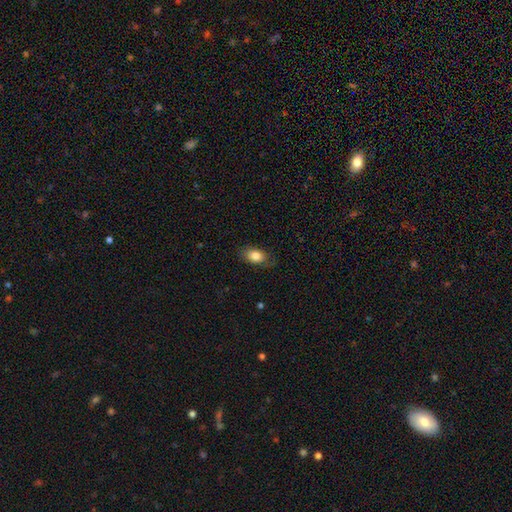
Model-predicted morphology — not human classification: smooth-or-featured: smooth: 82% | featured or disk: 10% | star or artifact: 8%
  how-rounded: in between: 86% | round: 12% | cigar-shaped: 2%
  merging: none: 78% | minor disturbance: 17% | major disturbance: 4% | merger: 1%